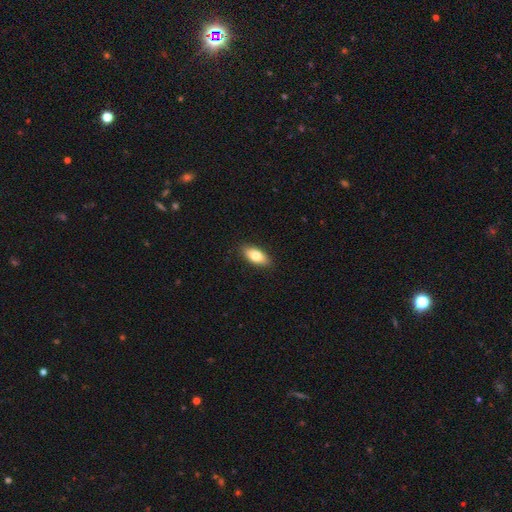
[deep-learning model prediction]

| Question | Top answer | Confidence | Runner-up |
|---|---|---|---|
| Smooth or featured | smooth | 78% | featured or disk (16%) |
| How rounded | in between | 87% | cigar-shaped (10%) |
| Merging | none | 89% | minor disturbance (8%) |